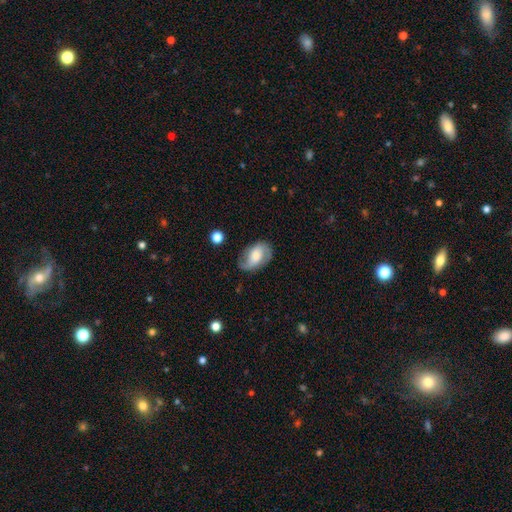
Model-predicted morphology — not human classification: This appears to be a featured or disk galaxy (62%) with no bar (49%), 2 (85%) medium (44%) spiral arms (88%) and a moderate central bulge (41%). Merging: none (72%).